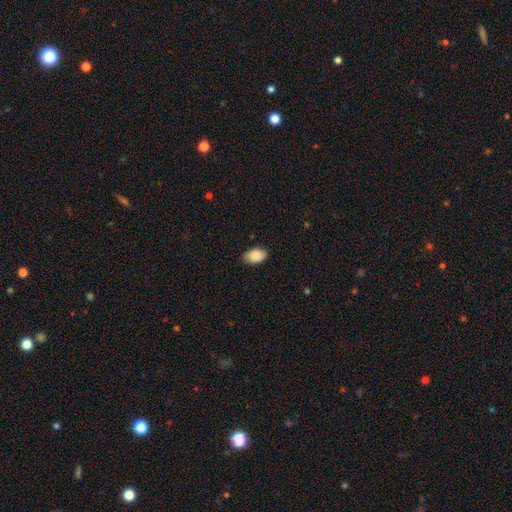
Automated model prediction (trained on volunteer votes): This appears to be a smooth galaxy with no disk features (88%) that is in between round and cigar-shaped (90%). Merging: none (81%).